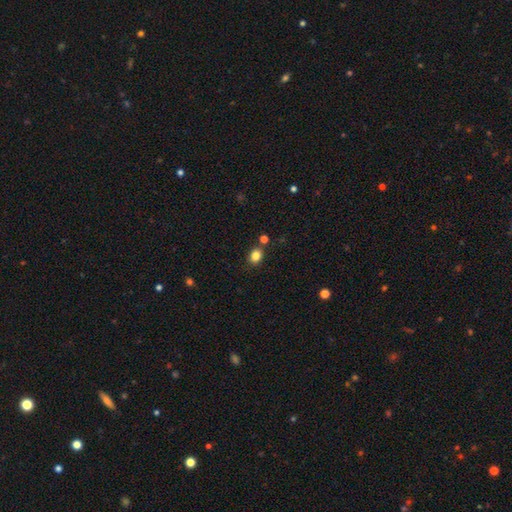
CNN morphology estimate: smooth_or_featured: smooth (p=0.83) [alt: star or artifact p=0.12]
how_rounded: round (p=0.50) [alt: in between p=0.49]
merging: none (p=0.80) [alt: minor disturbance p=0.10]